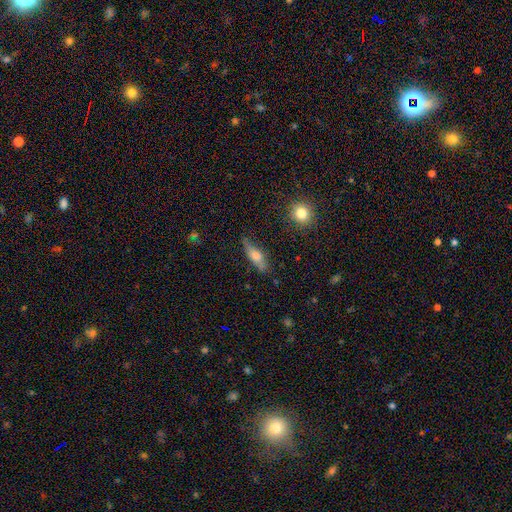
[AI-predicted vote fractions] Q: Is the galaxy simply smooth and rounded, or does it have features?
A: smooth — 52%.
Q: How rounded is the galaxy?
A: cigar-shaped — 53%.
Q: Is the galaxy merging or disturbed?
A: none — 72%.